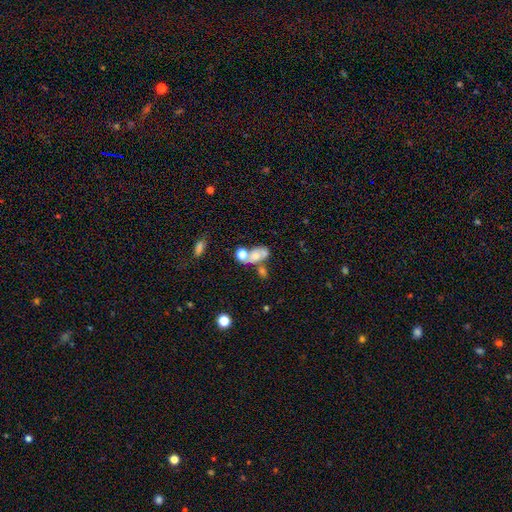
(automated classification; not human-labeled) Smooth or featured? smooth (56%)
How rounded? in between (74%)
Merging? merger (48%)